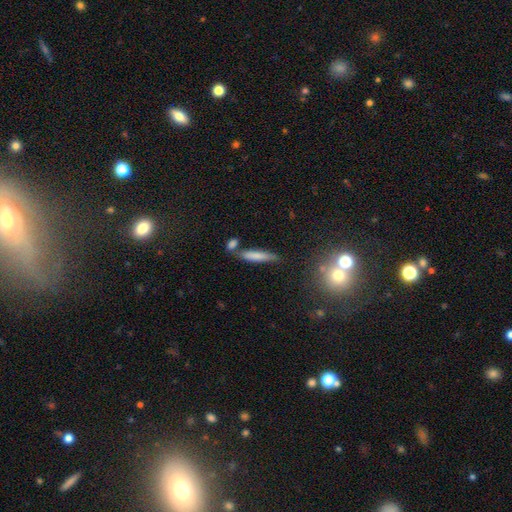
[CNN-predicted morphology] A smooth galaxy with no disk features (76%) that is cigar-shaped (83%). Merging: none (65%).